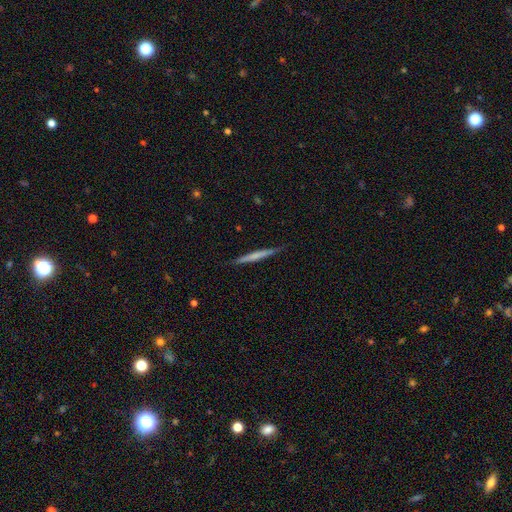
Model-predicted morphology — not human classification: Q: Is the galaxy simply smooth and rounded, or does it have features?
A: smooth — 51%.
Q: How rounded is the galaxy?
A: cigar-shaped — 96%.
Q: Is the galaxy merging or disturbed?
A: none — 87%.